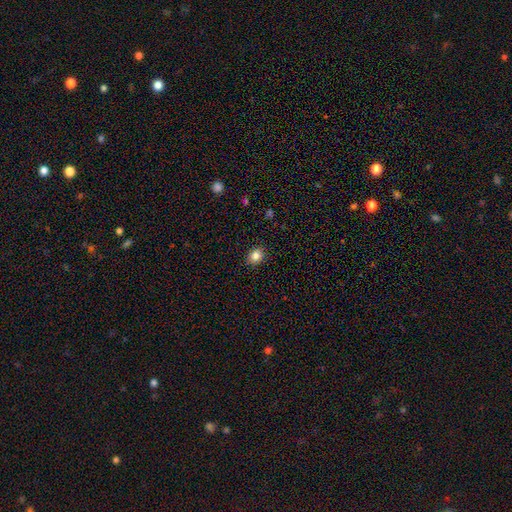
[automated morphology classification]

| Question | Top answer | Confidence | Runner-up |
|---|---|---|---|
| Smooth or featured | smooth | 83% | star or artifact (11%) |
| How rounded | round | 59% | in between (40%) |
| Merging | none | 90% | minor disturbance (7%) |